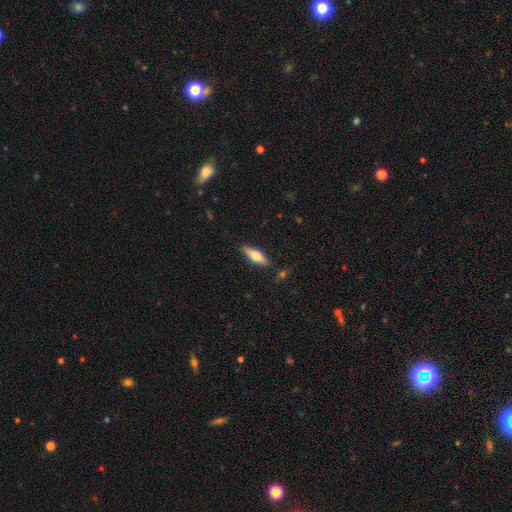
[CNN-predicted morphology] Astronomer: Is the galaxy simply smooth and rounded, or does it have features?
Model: smooth — 64%.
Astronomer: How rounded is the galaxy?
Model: in between — 52% (runner-up: cigar-shaped, 46%).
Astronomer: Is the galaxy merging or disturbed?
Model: none — 86%.